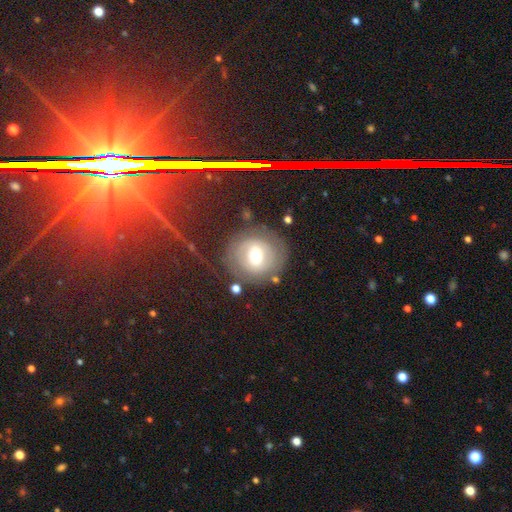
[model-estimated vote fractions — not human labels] A featured or disk galaxy (45%).

Vote fractions:
- Smooth or featured? featured or disk: 45% / smooth: 44% / star or artifact: 10%
- Merging? none: 72% / minor disturbance: 14% / major disturbance: 10% / merger: 3%